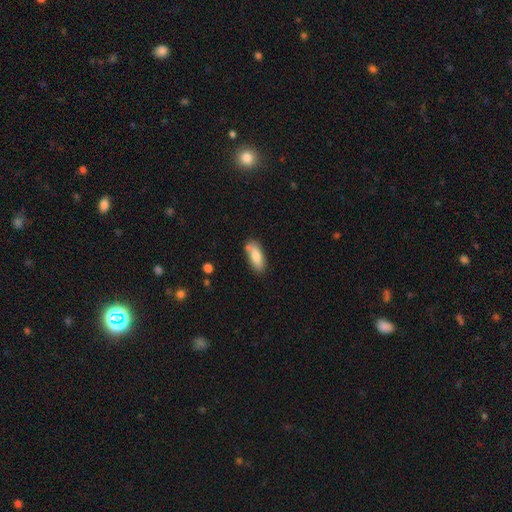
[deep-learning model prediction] Smooth or featured? smooth (80%)
How rounded? in between (75%)
Merging? none (69%)